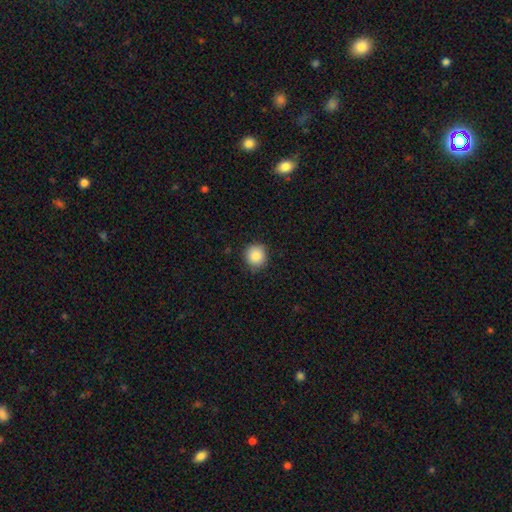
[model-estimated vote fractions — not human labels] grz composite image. It shows a smooth galaxy with no disk features (86%) that is round (92%). Merging: none (87%).